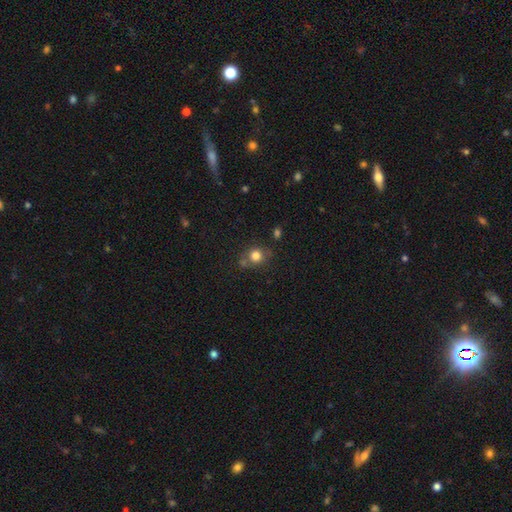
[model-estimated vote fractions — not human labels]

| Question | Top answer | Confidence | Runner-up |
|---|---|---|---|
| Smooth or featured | smooth | 80% | star or artifact (12%) |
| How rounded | round | 82% | in between (17%) |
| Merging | none | 66% | minor disturbance (15%) |